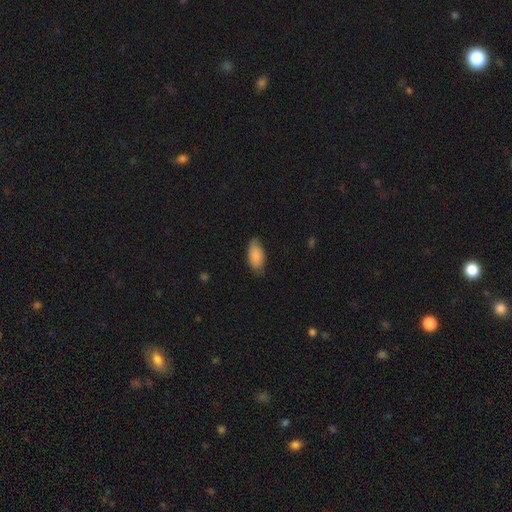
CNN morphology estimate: Smooth or featured: smooth — 85% (featured or disk — 9%)
How rounded: in between — 91% (cigar-shaped — 6%)
Merging: none — 74% (minor disturbance — 22%)